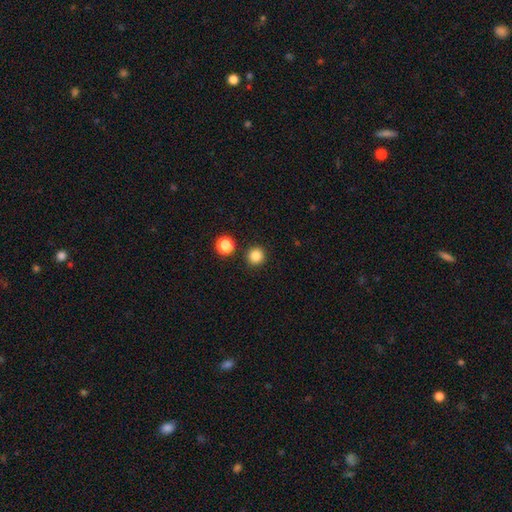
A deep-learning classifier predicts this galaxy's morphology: smooth-or-featured: smooth: 84% | star or artifact: 12% | featured or disk: 4%
  how-rounded: round: 94% | in between: 5% | cigar-shaped: 1%
  merging: none: 90% | minor disturbance: 5% | merger: 3% | major disturbance: 2%